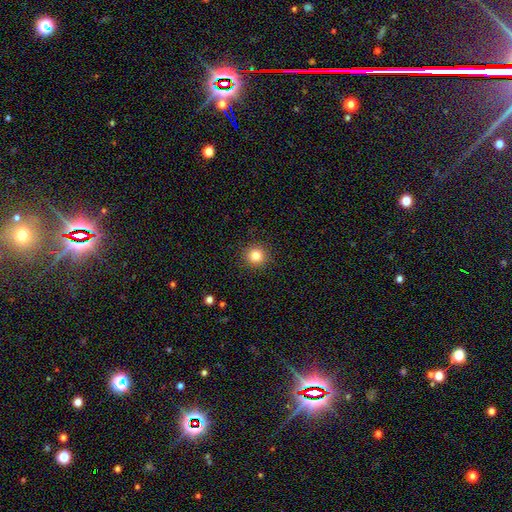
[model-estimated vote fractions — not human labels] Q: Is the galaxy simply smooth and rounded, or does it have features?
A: smooth — 83%.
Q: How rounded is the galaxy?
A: round — 94%.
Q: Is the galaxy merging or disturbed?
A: none — 92%.